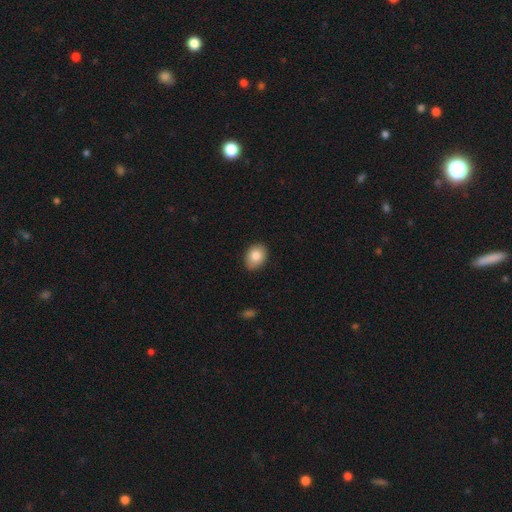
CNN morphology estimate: Smooth or featured?
  - smooth: 83% *
  - featured or disk: 9%
  - star or artifact: 8%
How rounded?
  - in between: 64% *
  - round: 35%
  - cigar-shaped: 1%
Merging?
  - none: 85% *
  - minor disturbance: 12%
  - major disturbance: 2%
  - merger: 1%